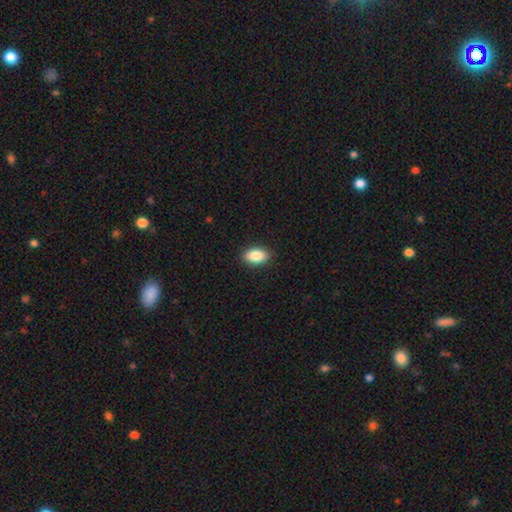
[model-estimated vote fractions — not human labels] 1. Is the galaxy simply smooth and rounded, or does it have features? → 86% smooth, 7% star or artifact, 6% featured or disk.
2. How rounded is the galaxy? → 91% in between, 6% round, 3% cigar-shaped.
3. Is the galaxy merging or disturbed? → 90% none, 8% minor disturbance, 2% major disturbance, 1% merger.